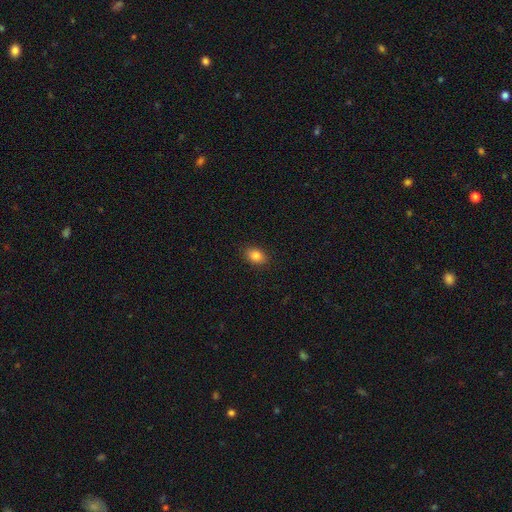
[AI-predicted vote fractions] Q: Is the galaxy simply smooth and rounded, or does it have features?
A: smooth — 85%.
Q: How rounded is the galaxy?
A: in between — 73%.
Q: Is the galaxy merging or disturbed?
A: none — 89%.